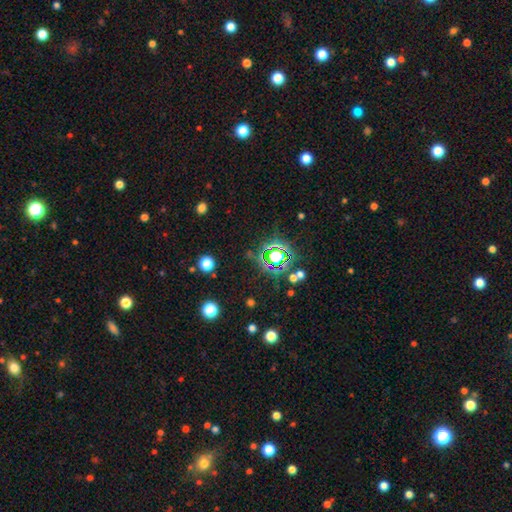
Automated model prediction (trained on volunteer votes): The model was most divided on "smooth or featured": star or artifact: 79%, smooth: 13%, featured or disk: 8%.